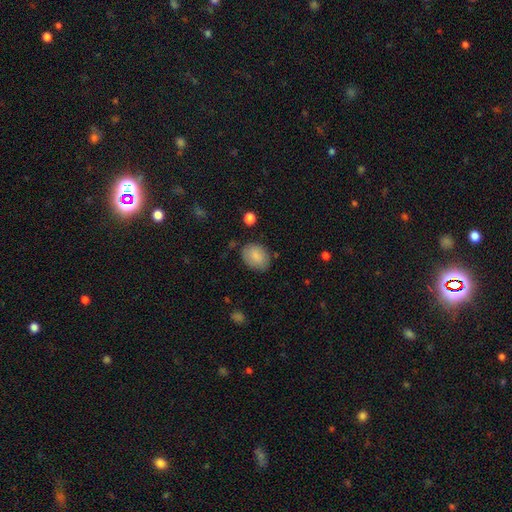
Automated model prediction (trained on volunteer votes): Morphology: type=smooth (85%); roundness=in between (68%); merging=none (77%).